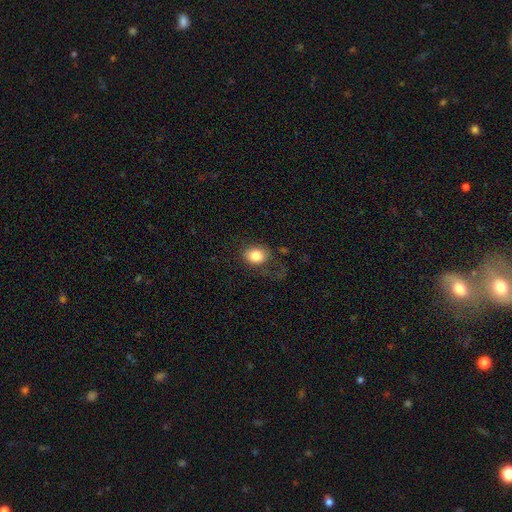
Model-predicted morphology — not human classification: smooth 81%, featured or disk 10%, star or artifact 9%. Down the decision tree: how rounded — in between (54%); merging — none (58%).